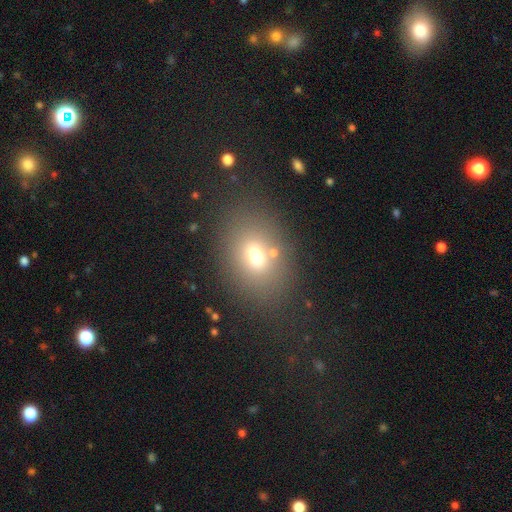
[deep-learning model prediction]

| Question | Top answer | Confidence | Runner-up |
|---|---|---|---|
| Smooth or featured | smooth | 68% | star or artifact (17%) |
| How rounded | in between | 64% | round (34%) |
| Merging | none | 73% | minor disturbance (12%) |